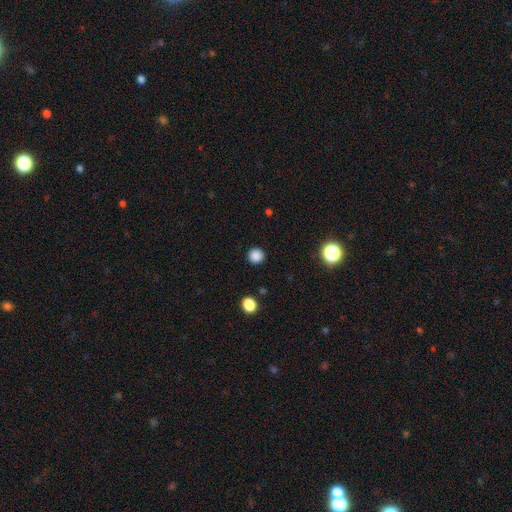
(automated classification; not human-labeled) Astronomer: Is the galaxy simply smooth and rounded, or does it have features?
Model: smooth — 86%.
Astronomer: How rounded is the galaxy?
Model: round — 94%.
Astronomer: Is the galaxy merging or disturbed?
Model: none — 91%.